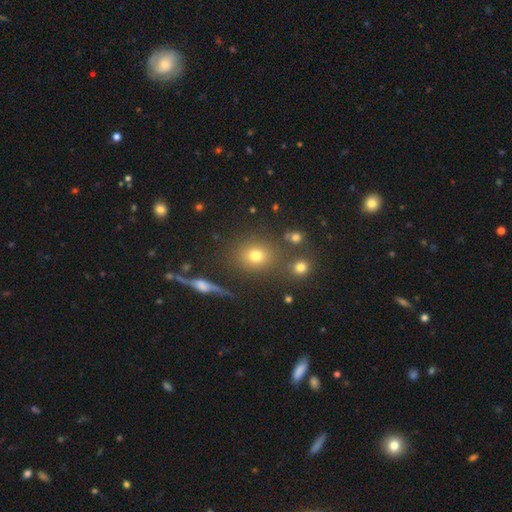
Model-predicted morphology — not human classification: Smooth or featured? Predicted: smooth (p=0.71). How rounded? Predicted: round (p=0.66). Merging? Predicted: none (p=0.76).